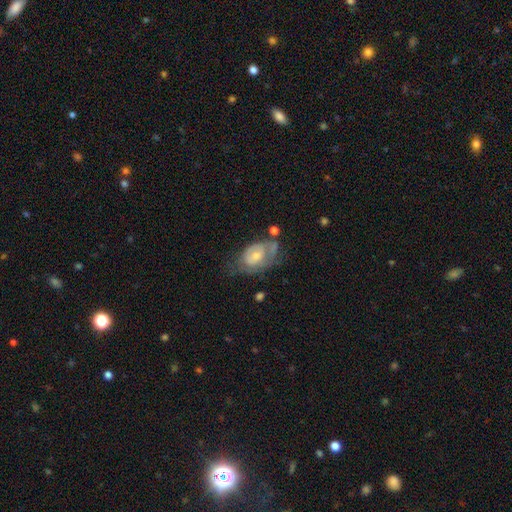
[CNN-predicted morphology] Smooth or featured? Predicted: featured or disk (p=0.48). Merging? Predicted: minor disturbance (p=0.32).